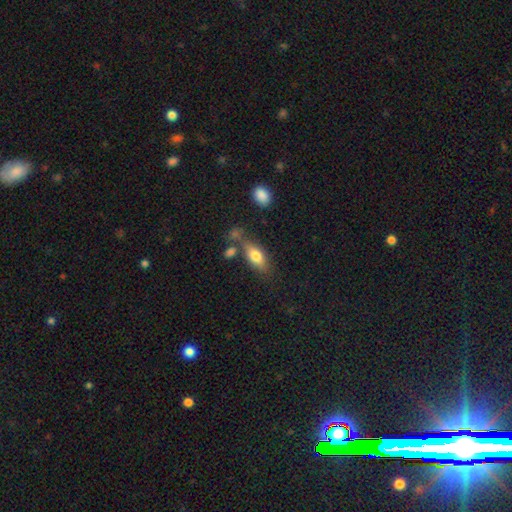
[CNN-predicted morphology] Smooth or featured? Predicted: smooth (p=0.75). How rounded? Predicted: in between (p=0.81). Merging? Predicted: none (p=0.63).